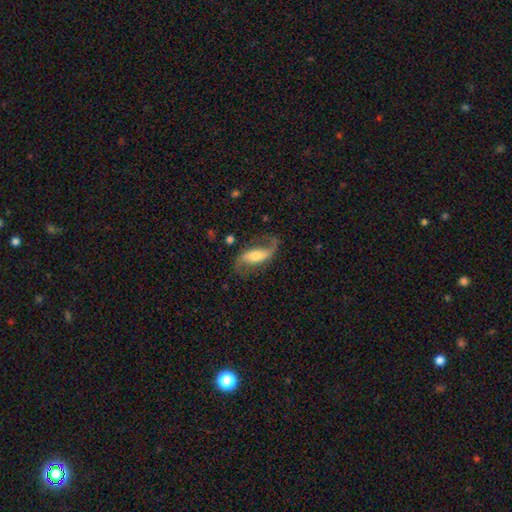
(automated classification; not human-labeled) This is clearly a featured or disk galaxy (82%). It is clearly not viewed edge-on (93%). Bar: marginally weak (35%). Spiral arm pattern: clearly yes (95%). Spiral arm count: clearly 2 (90%). Spiral winding: likely loose (76%). Central bulge: possibly moderate (54%). Merging: likely none (72%).